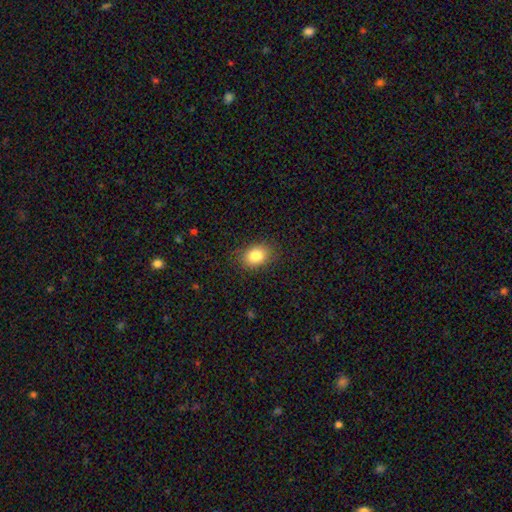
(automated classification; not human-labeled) The model was most divided on "how rounded": in between: 66%, round: 33%, cigar-shaped: 1%. More confident: merging — none (85%); smooth or featured — smooth (83%).